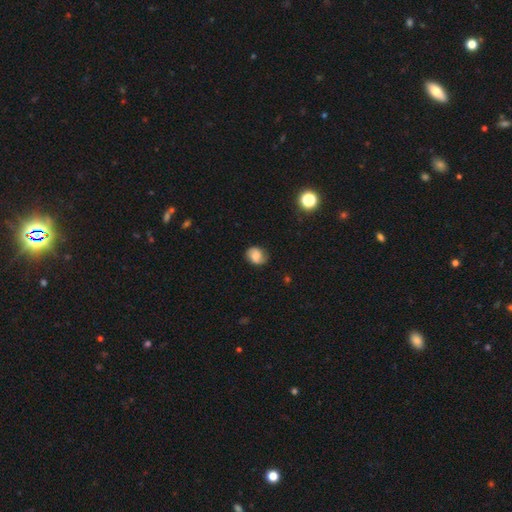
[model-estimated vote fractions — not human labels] Morphology: type=smooth (61%); roundness=round (51%); merging=none (77%).